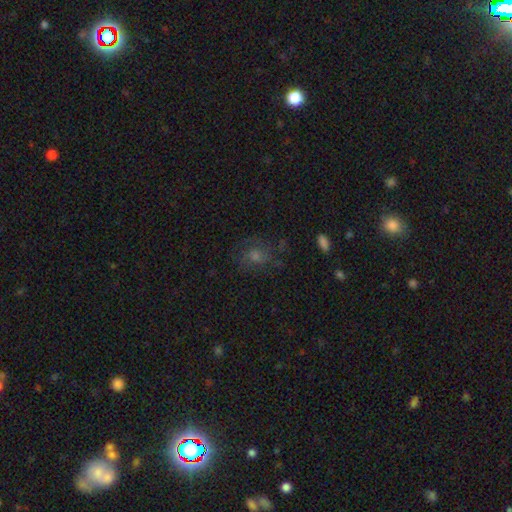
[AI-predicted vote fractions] Smooth or featured: smooth — 40% (featured or disk — 34%)
Merging: none — 68% (minor disturbance — 18%)